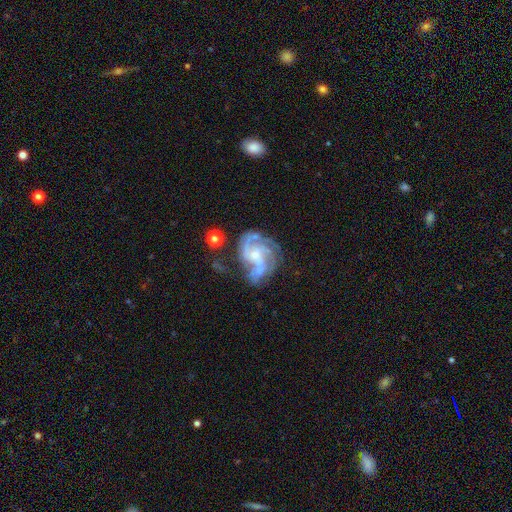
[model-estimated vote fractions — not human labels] Q: Smooth or featured?
A: featured or disk (86%); runner-up: star or artifact (7%)
Q: Edge-on disk?
A: no (98%); runner-up: yes (2%)
Q: Bar?
A: no (59%); runner-up: weak (33%)
Q: Spiral arms?
A: yes (95%); runner-up: no (5%)
Q: Spiral winding?
A: medium (49%); runner-up: tight (34%)
Q: Spiral arm count?
A: 3 (37%); runner-up: 2 (20%)
Q: Bulge size?
A: small (66%); runner-up: moderate (28%)
Q: Merging?
A: none (49%); runner-up: minor disturbance (22%)